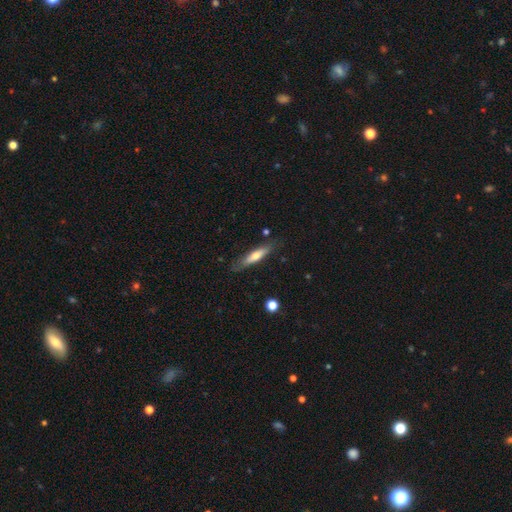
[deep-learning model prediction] Smooth or featured: smooth — 56% (featured or disk — 39%)
How rounded: cigar-shaped — 82% (in between — 16%)
Merging: none — 79% (minor disturbance — 15%)